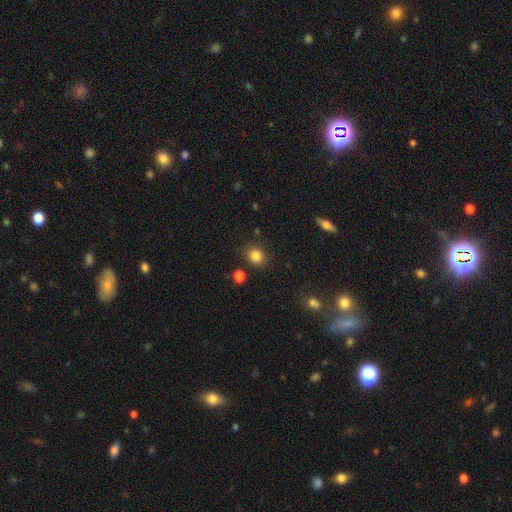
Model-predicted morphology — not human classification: A smooth galaxy with no disk features (84%) that is round (78%).

Vote fractions:
- Smooth or featured? smooth: 84% / star or artifact: 11% / featured or disk: 5%
- How rounded? round: 78% / in between: 21% / cigar-shaped: 1%
- Merging? none: 84% / minor disturbance: 9% / merger: 4% / major disturbance: 3%